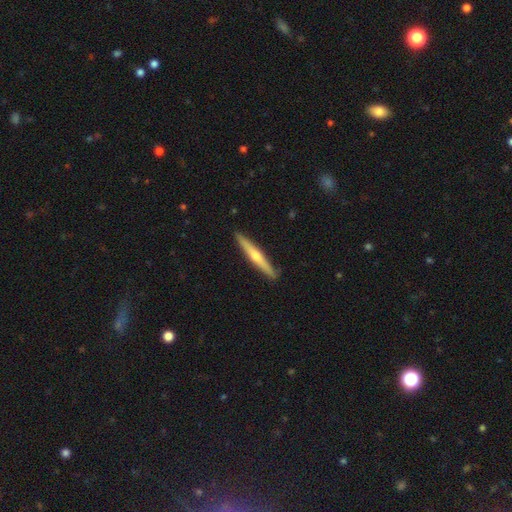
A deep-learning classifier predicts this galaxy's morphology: type=featured or disk (64%); edge-on=yes (97%); edge-on bulge=rounded (83%); merging=none (92%).